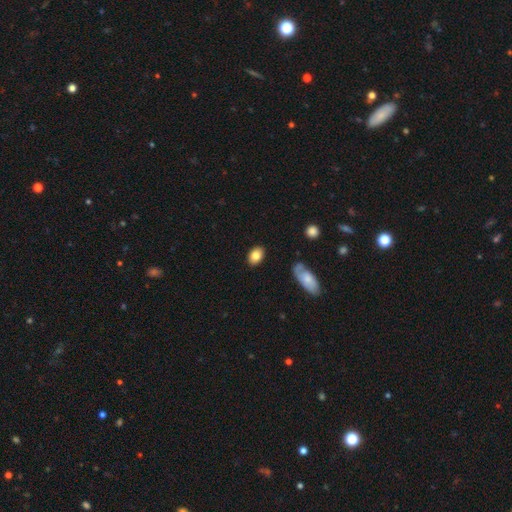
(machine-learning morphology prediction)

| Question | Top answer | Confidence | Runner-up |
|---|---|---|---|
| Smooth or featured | smooth | 83% | featured or disk (9%) |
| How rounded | in between | 83% | round (16%) |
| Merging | none | 86% | minor disturbance (10%) |